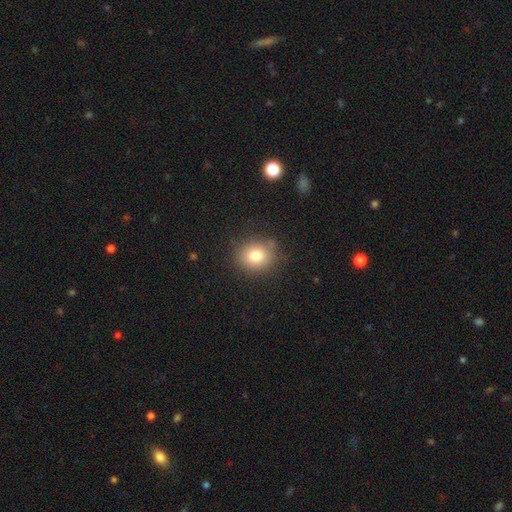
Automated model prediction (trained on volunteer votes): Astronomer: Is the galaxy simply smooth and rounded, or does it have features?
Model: smooth — 78%.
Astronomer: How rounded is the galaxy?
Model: round — 78%.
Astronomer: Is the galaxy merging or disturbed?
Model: none — 83%.